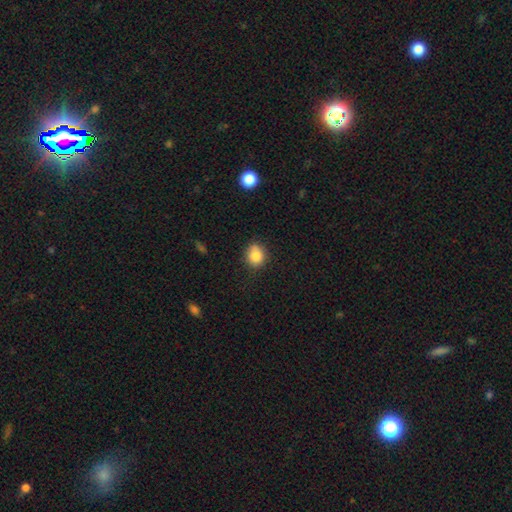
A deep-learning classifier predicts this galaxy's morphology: This appears to be a smooth galaxy with no disk features (84%) that is round (68%). Merging: none (74%).